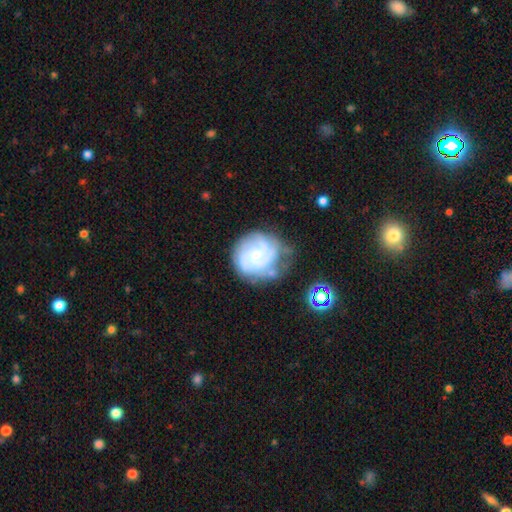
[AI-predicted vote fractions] A featured or disk galaxy (76%) with no bar (73%), tight (60%) spiral arms (89%) and a small central bulge (58%).

Vote fractions:
- Smooth or featured? featured or disk: 76% / smooth: 17% / star or artifact: 7%
- Edge-on disk? no: 98% / yes: 2%
- Bar? no: 73% / weak: 23% / strong: 4%
- Spiral arms? yes: 89% / no: 11%
- Spiral winding? tight: 60% / medium: 31% / loose: 9%
- Spiral arm count? can't tell: 32% / 3: 25% / 2: 25% / 4: 8% / 1: 5% / more than 4: 4%
- Bulge size? small: 58% / moderate: 38% / large: 1% / none: 1% / dominant: 1%
- Merging? none: 52% / minor disturbance: 28% / major disturbance: 14% / merger: 6%